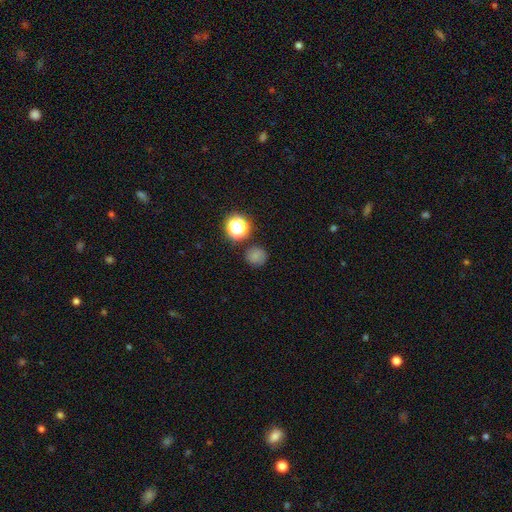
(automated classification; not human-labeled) smooth-or-featured: smooth: 74% | star or artifact: 19% | featured or disk: 7%
  how-rounded: round: 89% | in between: 10% | cigar-shaped: 1%
  merging: none: 81% | minor disturbance: 11% | merger: 4% | major disturbance: 4%